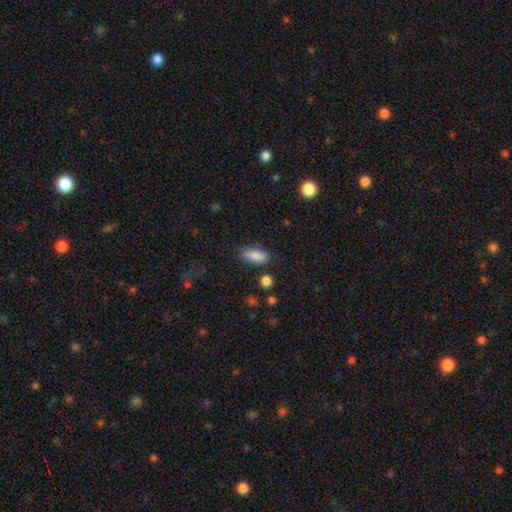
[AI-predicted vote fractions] Morphology: type=smooth (87%); roundness=in between (86%); merging=none (81%).